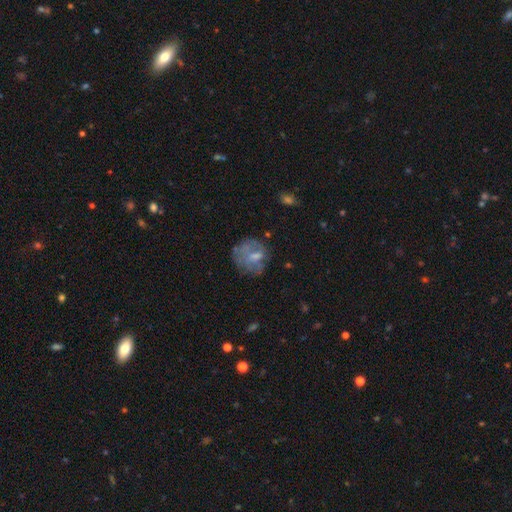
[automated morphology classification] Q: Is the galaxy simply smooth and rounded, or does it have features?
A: smooth — 45%.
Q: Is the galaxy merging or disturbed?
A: none — 60%.